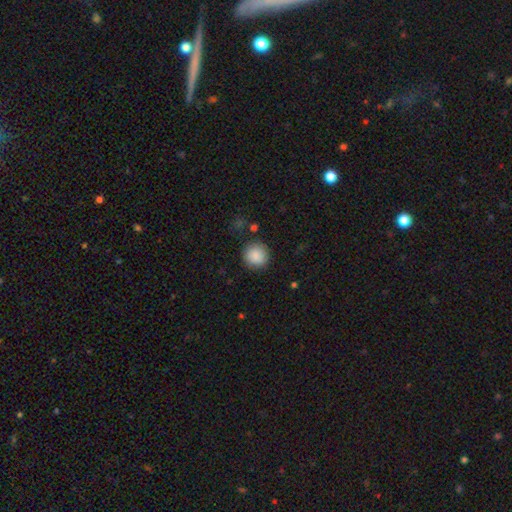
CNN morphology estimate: This is clearly a smooth galaxy (88%). How rounded: clearly round (93%). Merging: clearly none (87%).